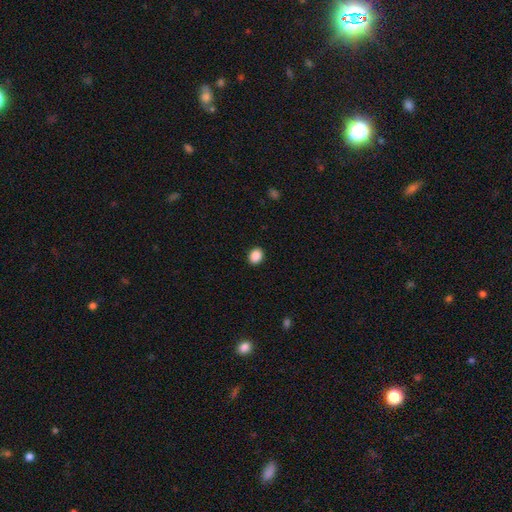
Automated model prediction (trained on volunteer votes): Smooth or featured? Predicted: smooth (p=0.89). How rounded? Predicted: round (p=0.51). Merging? Predicted: none (p=0.91).